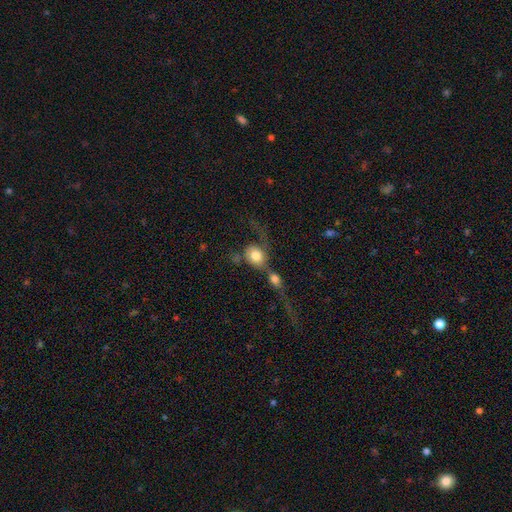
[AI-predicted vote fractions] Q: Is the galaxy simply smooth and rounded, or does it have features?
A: smooth — 67%.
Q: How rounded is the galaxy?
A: round — 62%.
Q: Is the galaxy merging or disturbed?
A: merger — 63%.